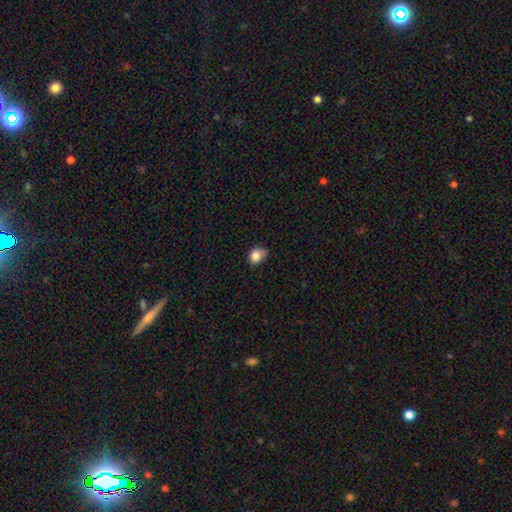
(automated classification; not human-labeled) Overall: smooth (84%). How rounded: round (58%; in between 41%). Merging: none (59%; minor disturbance 34%).